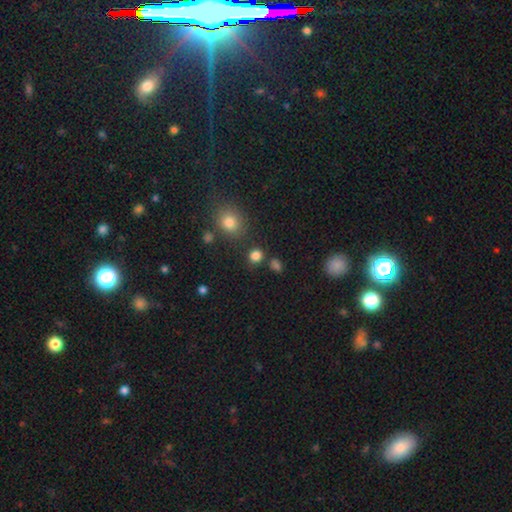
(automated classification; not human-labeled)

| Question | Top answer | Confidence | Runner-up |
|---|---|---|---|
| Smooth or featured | smooth | 81% | star or artifact (15%) |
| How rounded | round | 76% | in between (23%) |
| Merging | none | 78% | minor disturbance (10%) |